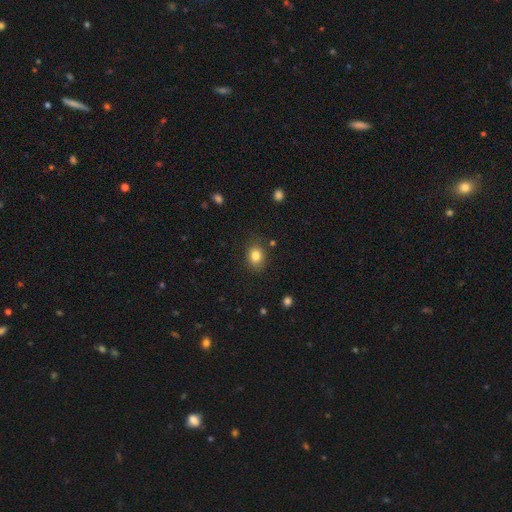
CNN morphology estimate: A smooth galaxy with no disk features (83%) that is round (53%).

Vote fractions:
- Smooth or featured? smooth: 83% / star or artifact: 11% / featured or disk: 7%
- How rounded? round: 53% / in between: 46% / cigar-shaped: 1%
- Merging? none: 83% / minor disturbance: 12% / major disturbance: 3% / merger: 2%